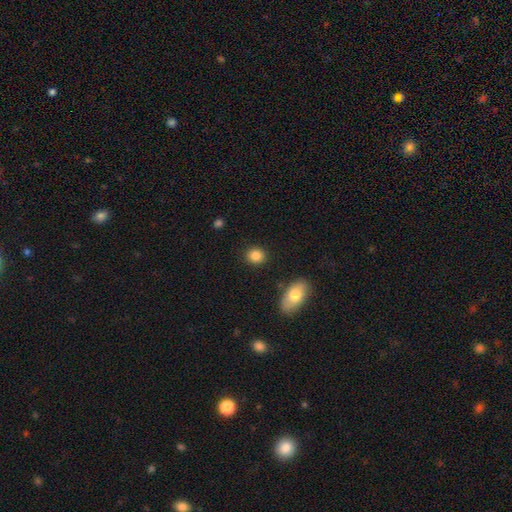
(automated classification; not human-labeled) Smooth or featured? smooth (86%)
How rounded? round (72%)
Merging? none (89%)